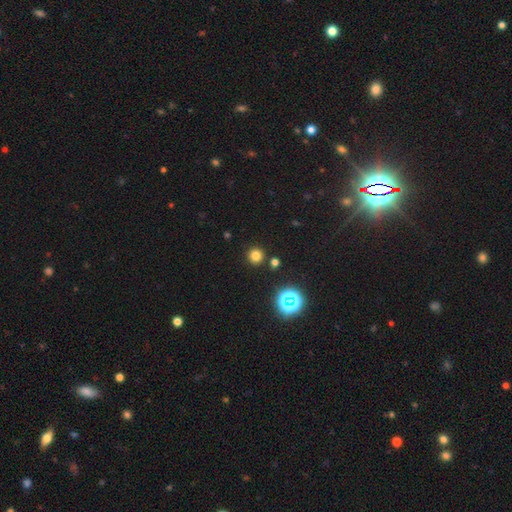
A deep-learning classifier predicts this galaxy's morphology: type=smooth (73%); roundness=round (94%); merging=none (87%).